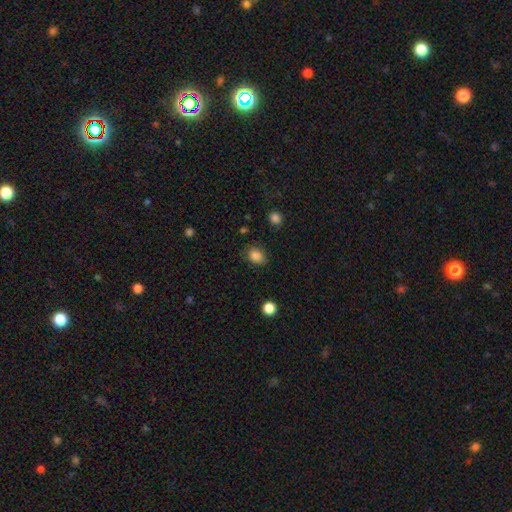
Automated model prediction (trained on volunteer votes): Smooth or featured: smooth — 85% (star or artifact — 10%)
How rounded: in between — 60% (round — 39%)
Merging: none — 80% (minor disturbance — 15%)